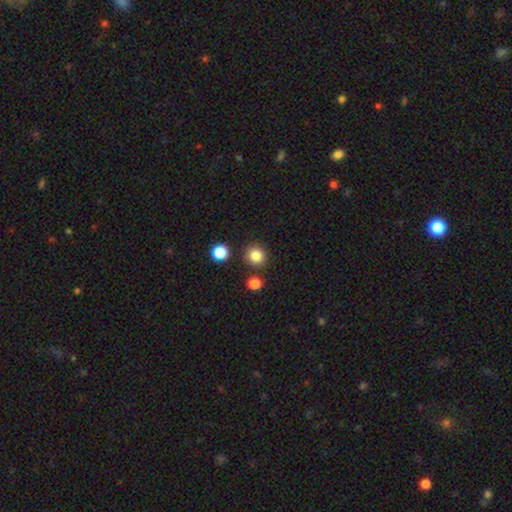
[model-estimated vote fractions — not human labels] Smooth or featured? Predicted: smooth (p=0.84). How rounded? Predicted: round (p=0.91). Merging? Predicted: none (p=0.86).